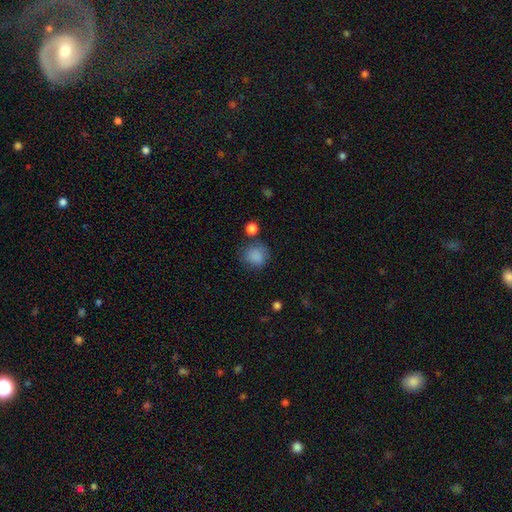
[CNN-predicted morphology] smooth-or-featured: smooth: 85% | star or artifact: 10% | featured or disk: 6%
  how-rounded: round: 80% | in between: 19% | cigar-shaped: 1%
  merging: none: 69% | minor disturbance: 18% | major disturbance: 7% | merger: 6%